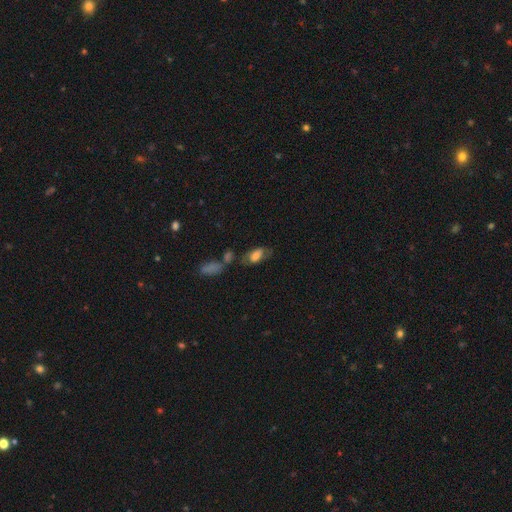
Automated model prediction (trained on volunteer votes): Smooth or featured?
  - smooth: 70% *
  - featured or disk: 22%
  - star or artifact: 9%
How rounded?
  - in between: 89% *
  - cigar-shaped: 7%
  - round: 4%
Merging?
  - none: 50% *
  - minor disturbance: 21%
  - merger: 18%
  - major disturbance: 11%